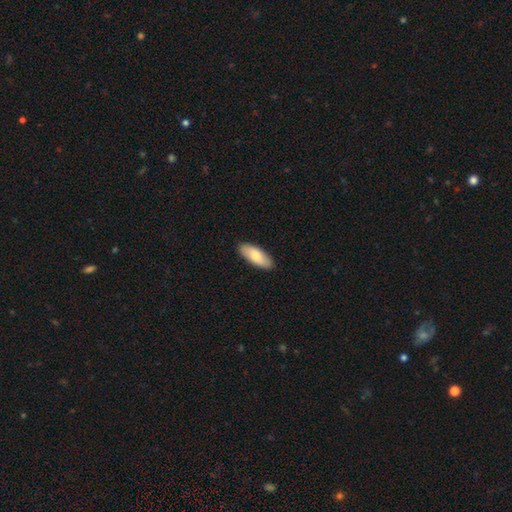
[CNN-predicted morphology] Smooth or featured: smooth — 78% (featured or disk — 17%)
How rounded: in between — 78% (cigar-shaped — 20%)
Merging: none — 89% (minor disturbance — 8%)